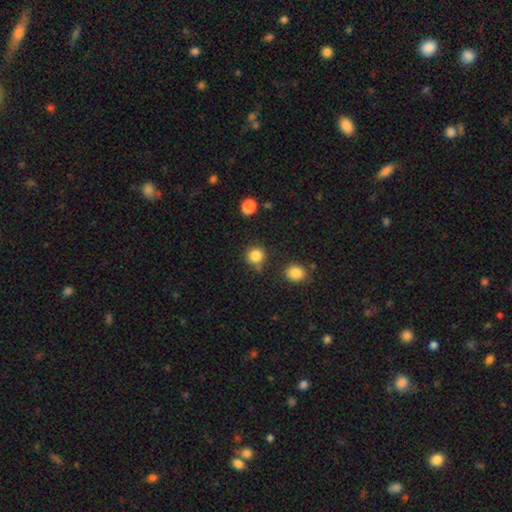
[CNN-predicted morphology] Overall: smooth (84%). How rounded: round (91%). Merging: none (75%).